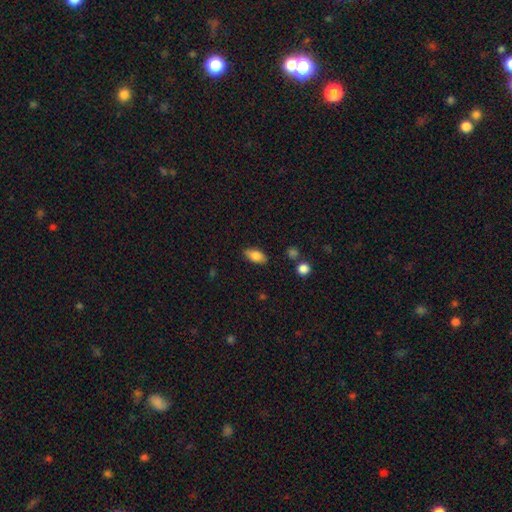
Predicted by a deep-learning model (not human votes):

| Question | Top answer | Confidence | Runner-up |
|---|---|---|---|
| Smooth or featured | smooth | 81% | featured or disk (12%) |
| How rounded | in between | 87% | cigar-shaped (8%) |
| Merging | none | 84% | minor disturbance (12%) |